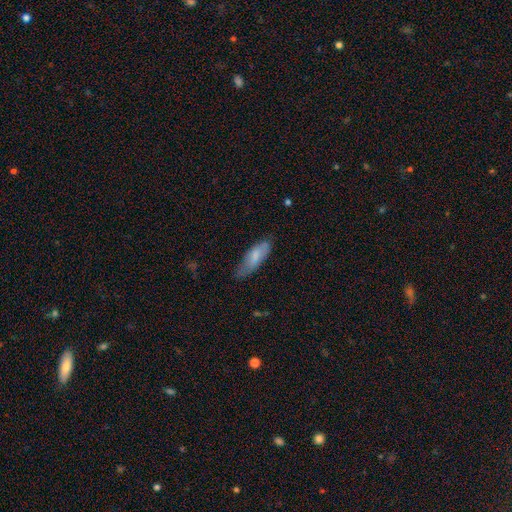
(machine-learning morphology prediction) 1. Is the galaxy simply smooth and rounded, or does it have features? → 72% smooth, 22% featured or disk, 6% star or artifact.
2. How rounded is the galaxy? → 63% in between, 36% cigar-shaped, 2% round.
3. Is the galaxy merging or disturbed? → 61% none, 30% minor disturbance, 8% major disturbance, 2% merger.